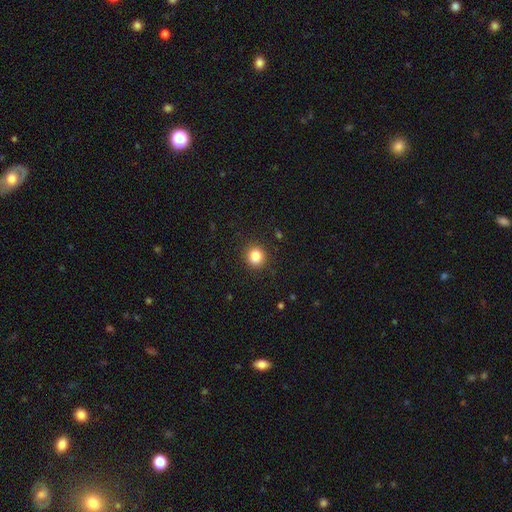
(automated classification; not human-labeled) Q: Smooth or featured?
A: smooth (85%); runner-up: star or artifact (11%)
Q: How rounded?
A: round (87%); runner-up: in between (12%)
Q: Merging?
A: none (89%); runner-up: minor disturbance (7%)